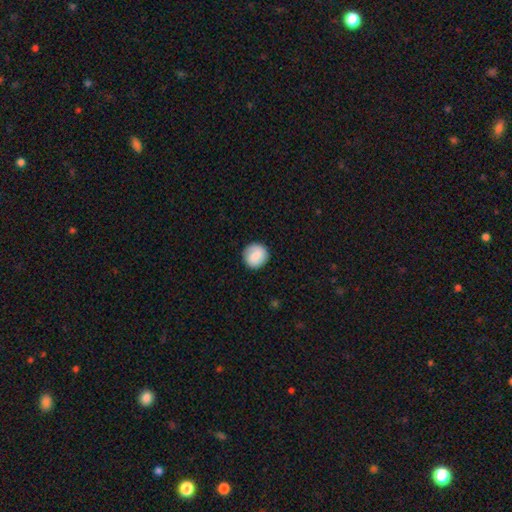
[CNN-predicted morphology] A smooth galaxy with no disk features (77%) that is round (93%). Merging: none (89%).